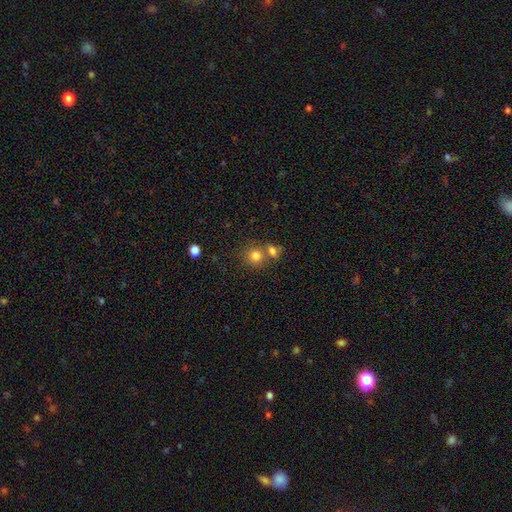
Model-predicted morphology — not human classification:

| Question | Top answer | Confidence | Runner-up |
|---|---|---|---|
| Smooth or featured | smooth | 80% | star or artifact (12%) |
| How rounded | round | 84% | in between (15%) |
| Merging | none | 53% | merger (34%) |